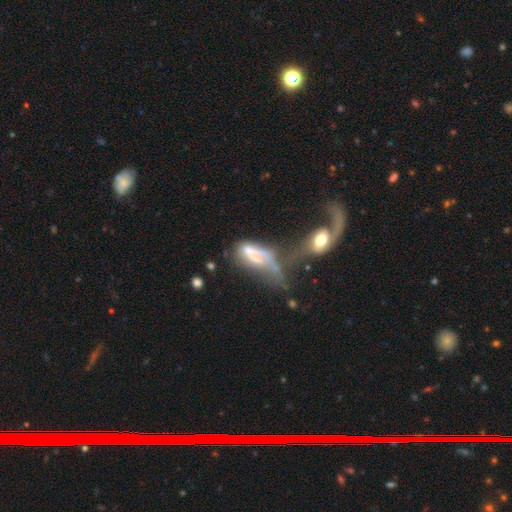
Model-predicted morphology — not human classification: featured or disk 46%, smooth 44%, star or artifact 11%. Down the decision tree: merging — merger (52%).